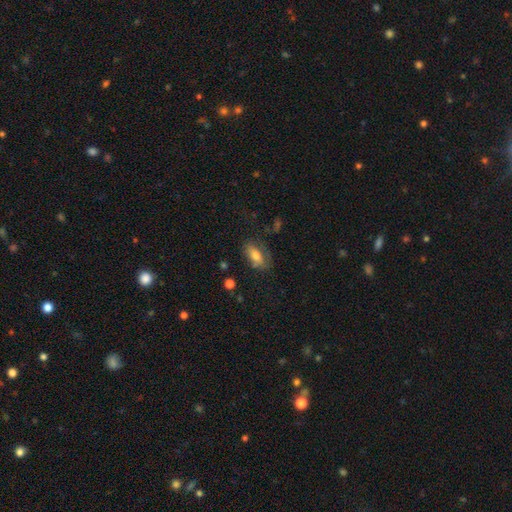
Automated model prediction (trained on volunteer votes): A smooth galaxy with no disk features (71%) that is in between round and cigar-shaped (85%). Merging: none (64%).